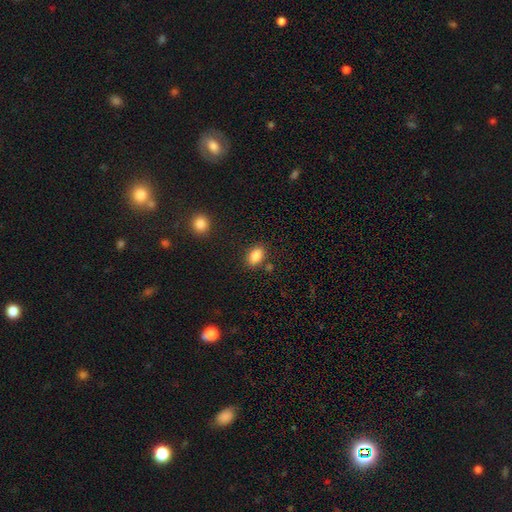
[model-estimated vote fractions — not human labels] A smooth galaxy with no disk features (86%) that is in between round and cigar-shaped (86%).

Vote fractions:
- Smooth or featured? smooth: 86% / star or artifact: 9% / featured or disk: 5%
- How rounded? in between: 86% / round: 12% / cigar-shaped: 2%
- Merging? none: 83% / minor disturbance: 10% / merger: 4% / major disturbance: 3%